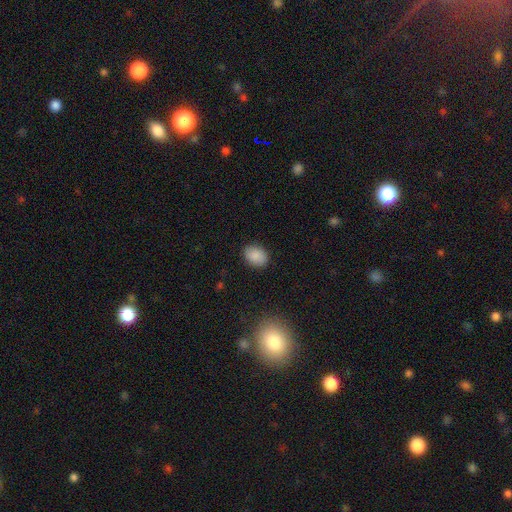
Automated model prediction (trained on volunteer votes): A smooth galaxy with no disk features (87%) that is in between round and cigar-shaped (69%). Merging: none (86%).